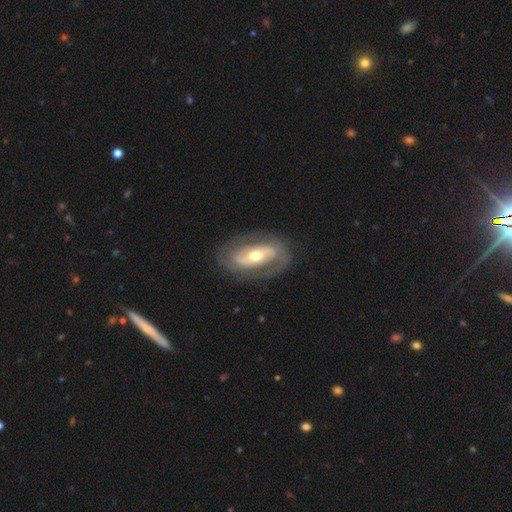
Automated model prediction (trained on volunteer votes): Smooth or featured? Predicted: featured or disk (p=0.82). Edge-on disk? Predicted: no (p=0.94). Bar? Predicted: strong (p=0.42). Spiral arms? Predicted: yes (p=0.81). Spiral winding? Predicted: tight (p=0.42). Spiral arm count? Predicted: 2 (p=0.82). Bulge size? Predicted: moderate (p=0.64). Merging? Predicted: none (p=0.80).